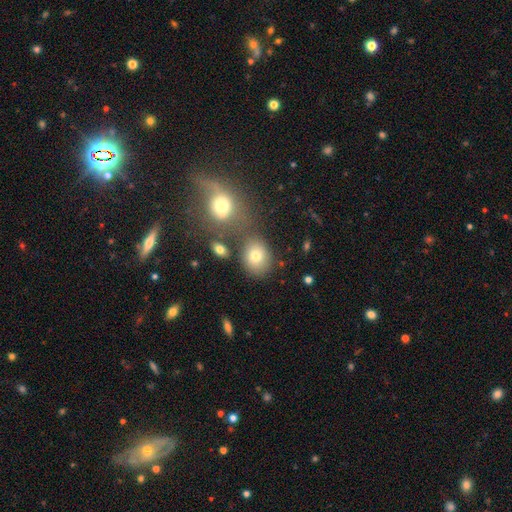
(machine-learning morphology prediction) This is likely a smooth galaxy (75%). How rounded: possibly round (54%). Merging: likely none (66%).